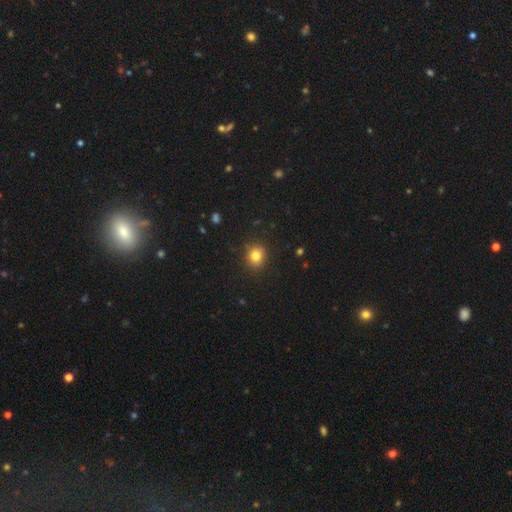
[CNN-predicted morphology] This is clearly a smooth galaxy (81%). How rounded: likely round (75%). Merging: clearly none (87%).